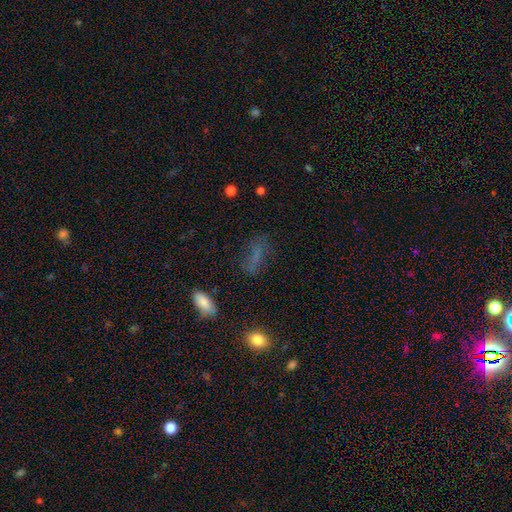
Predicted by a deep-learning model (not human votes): Q: Smooth or featured?
A: smooth (58%); runner-up: star or artifact (21%)
Q: How rounded?
A: in between (66%); runner-up: cigar-shaped (25%)
Q: Merging?
A: none (62%); runner-up: minor disturbance (20%)